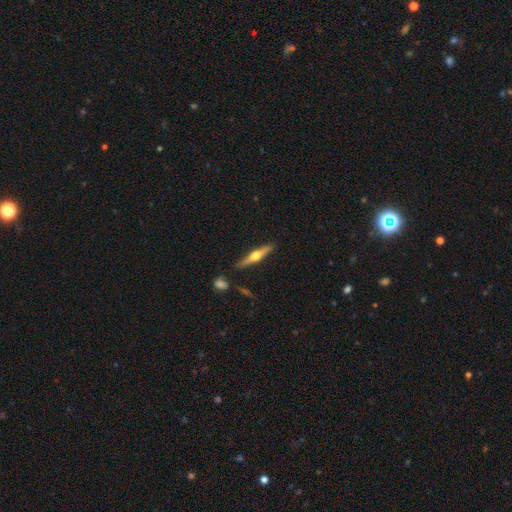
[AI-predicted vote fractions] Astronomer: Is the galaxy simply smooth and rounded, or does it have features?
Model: featured or disk — 71%.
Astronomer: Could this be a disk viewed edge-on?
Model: yes — 97%.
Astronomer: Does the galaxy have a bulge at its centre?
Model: rounded — 96%.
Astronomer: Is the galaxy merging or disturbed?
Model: none — 86%.